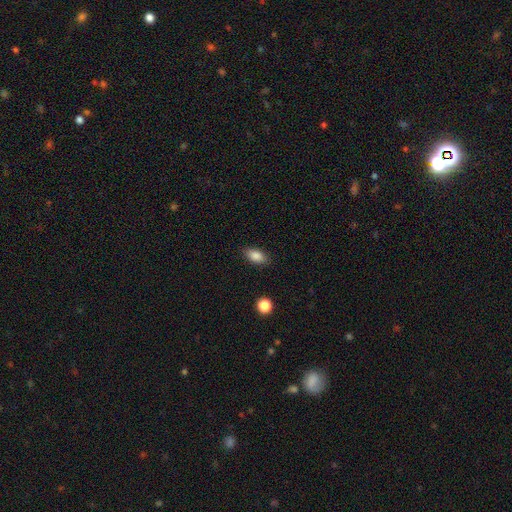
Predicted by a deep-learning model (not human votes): A smooth galaxy with no disk features (86%) that is in between round and cigar-shaped (89%).

Vote fractions:
- Smooth or featured? smooth: 86% / star or artifact: 8% / featured or disk: 6%
- How rounded? in between: 89% / round: 6% / cigar-shaped: 6%
- Merging? none: 86% / minor disturbance: 10% / major disturbance: 3% / merger: 1%